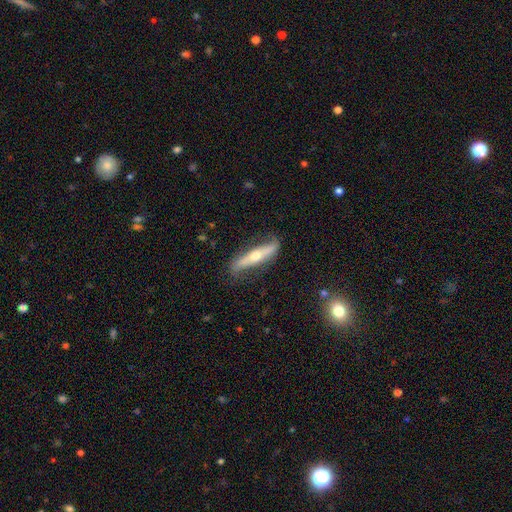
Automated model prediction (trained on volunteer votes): Smooth or featured?
  - featured or disk: 66% *
  - smooth: 28%
  - star or artifact: 6%
Edge-on disk?
  - yes: 69% *
  - no: 31%
Merging?
  - none: 75% *
  - minor disturbance: 18%
  - major disturbance: 6%
  - merger: 2%